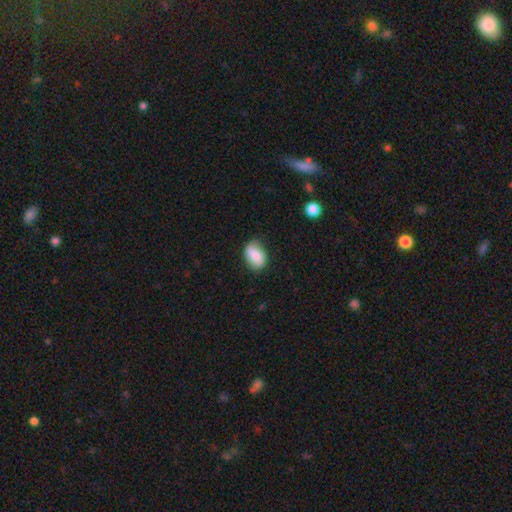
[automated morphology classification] Smooth or featured? smooth (74%)
How rounded? in between (81%)
Merging? none (72%)